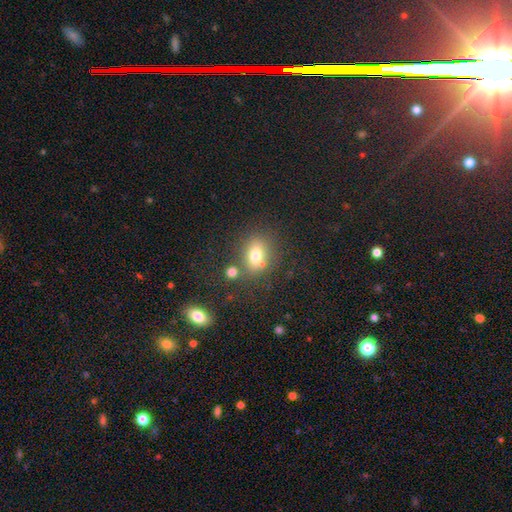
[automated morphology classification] smooth 73%, featured or disk 14%, star or artifact 14%. Down the decision tree: how rounded — in between (57%); merging — none (62%).